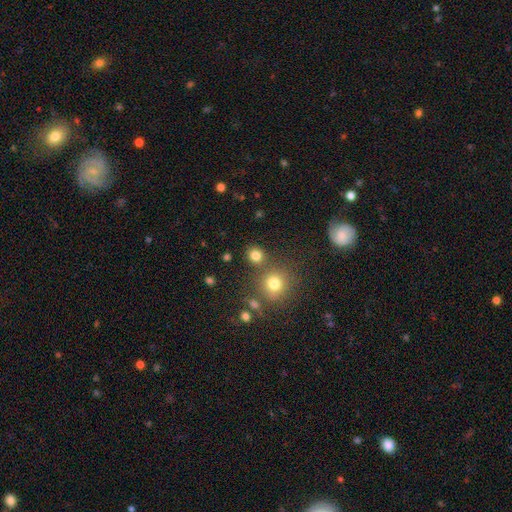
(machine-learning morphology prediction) smooth-or-featured: smooth: 79% | star or artifact: 15% | featured or disk: 6%
  how-rounded: round: 84% | in between: 15% | cigar-shaped: 1%
  merging: none: 77% | merger: 12% | minor disturbance: 8% | major disturbance: 3%